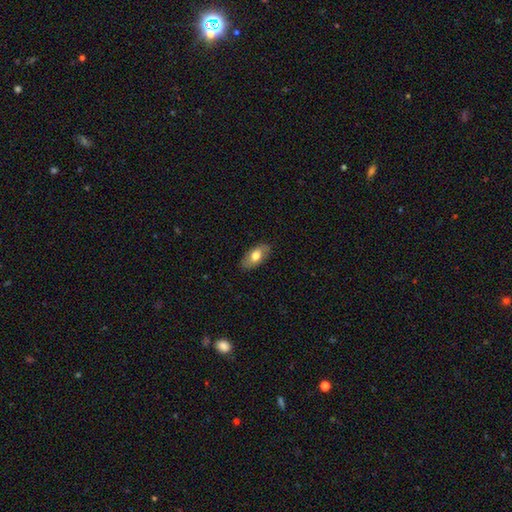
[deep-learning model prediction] Smooth or featured?
  - smooth: 69% *
  - featured or disk: 25%
  - star or artifact: 6%
How rounded?
  - in between: 92% *
  - cigar-shaped: 4%
  - round: 4%
Merging?
  - none: 85% *
  - minor disturbance: 11%
  - major disturbance: 3%
  - merger: 1%